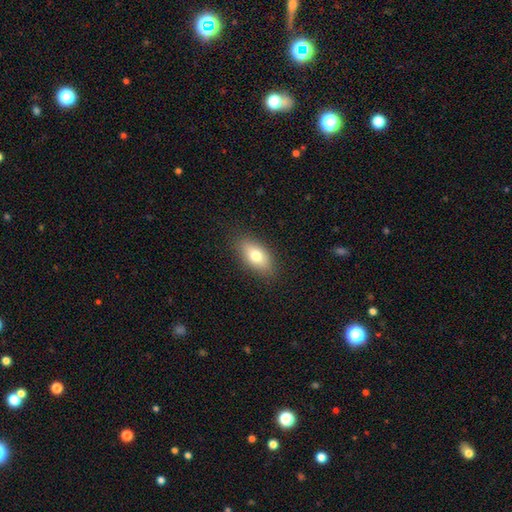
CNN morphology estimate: This is likely a smooth galaxy (75%). How rounded: clearly in between (87%). Merging: clearly none (86%).